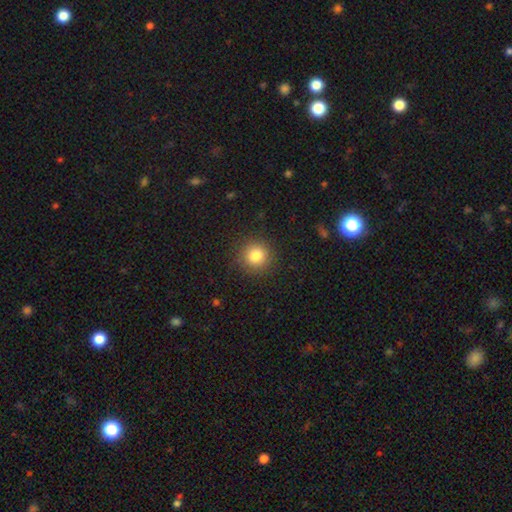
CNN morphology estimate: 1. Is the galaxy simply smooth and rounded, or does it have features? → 82% smooth, 11% star or artifact, 6% featured or disk.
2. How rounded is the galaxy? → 93% round, 6% in between, 1% cigar-shaped.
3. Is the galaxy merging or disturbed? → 89% none, 7% minor disturbance, 3% major disturbance, 1% merger.